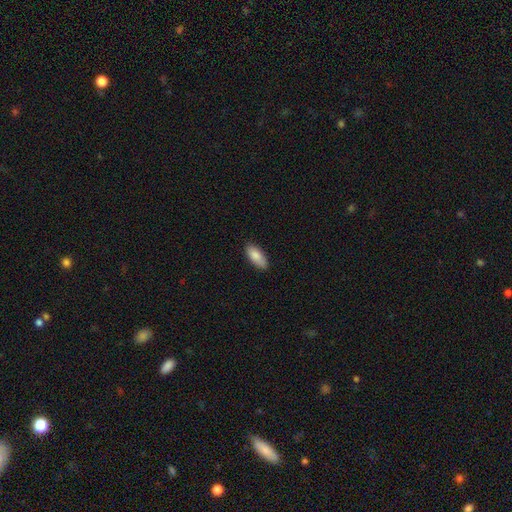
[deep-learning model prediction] A smooth galaxy with no disk features (86%) that is in between round and cigar-shaped (83%). Merging: none (83%).